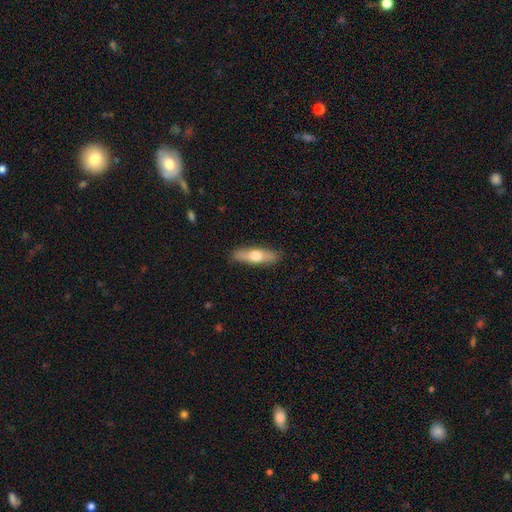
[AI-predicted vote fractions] The model was most divided on "how rounded": cigar-shaped: 59%, in between: 38%, round: 3%. More confident: merging — none (86%); smooth or featured — smooth (58%).